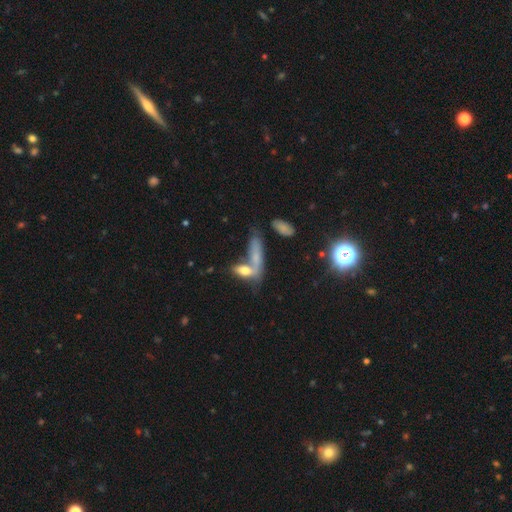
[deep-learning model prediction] A smooth galaxy with no disk features (60%) that is in between round and cigar-shaped (49%).

Vote fractions:
- Smooth or featured? smooth: 60% / featured or disk: 26% / star or artifact: 14%
- How rounded? in between: 49% / cigar-shaped: 45% / round: 6%
- Merging? merger: 46% / none: 35% / minor disturbance: 11% / major disturbance: 8%